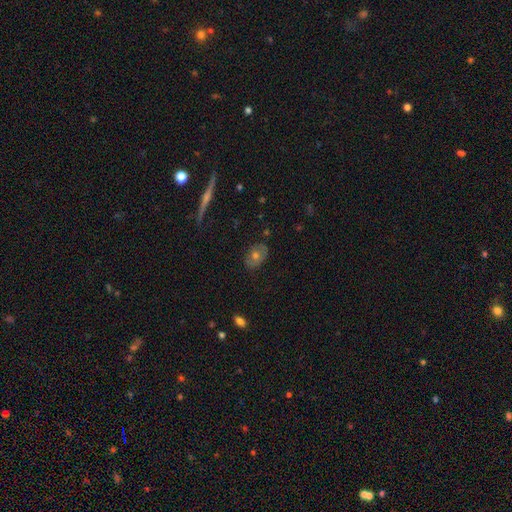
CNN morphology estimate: smooth 45%, featured or disk 42%, star or artifact 12%. Down the decision tree: merging — none (81%).